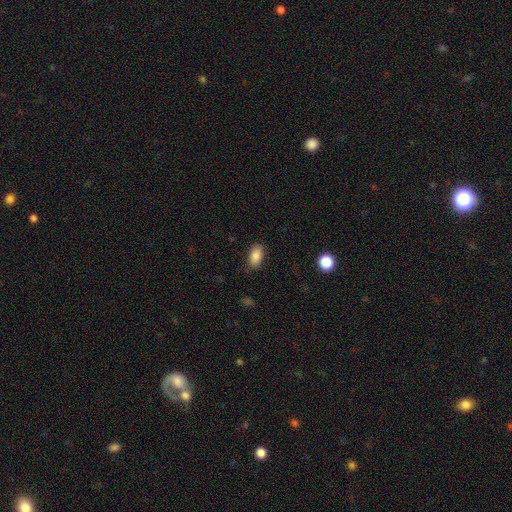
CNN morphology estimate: smooth-or-featured: smooth: 86% | star or artifact: 8% | featured or disk: 6%
  how-rounded: in between: 92% | round: 6% | cigar-shaped: 2%
  merging: none: 84% | minor disturbance: 12% | major disturbance: 3% | merger: 1%